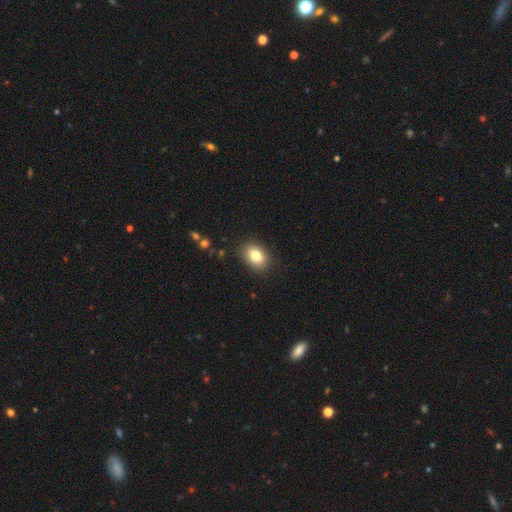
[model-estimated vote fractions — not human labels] Q: Smooth or featured?
A: smooth (82%); runner-up: featured or disk (9%)
Q: How rounded?
A: in between (80%); runner-up: round (19%)
Q: Merging?
A: none (87%); runner-up: minor disturbance (10%)